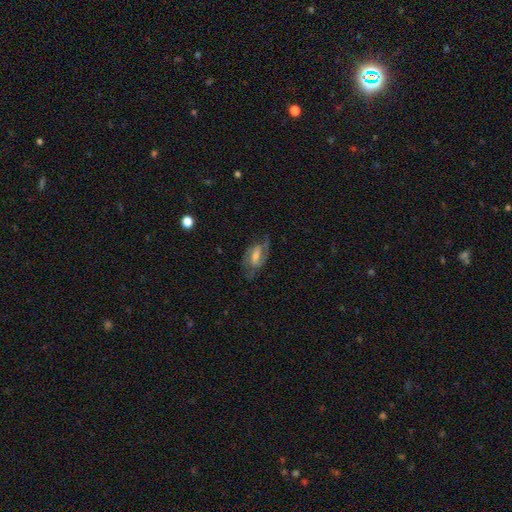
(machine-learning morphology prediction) smooth-or-featured: featured or disk: 73% | smooth: 19% | star or artifact: 8%
  disk-edge-on: no: 94% | yes: 6%
    bar: weak: 46% | strong: 33% | no: 20%
    has-spiral-arms: yes: 90% | no: 10%
      spiral-winding: medium: 51% | tight: 27% | loose: 23%
      spiral-arm-count: 2: 82% | can't tell: 9% | 1: 5% | 3: 2% | 4: 1% | more than 4: 1%
    bulge-size: moderate: 37% | small: 28% | none: 17% | large: 15% | dominant: 2%
  merging: none: 67% | minor disturbance: 19% | major disturbance: 12% | merger: 2%